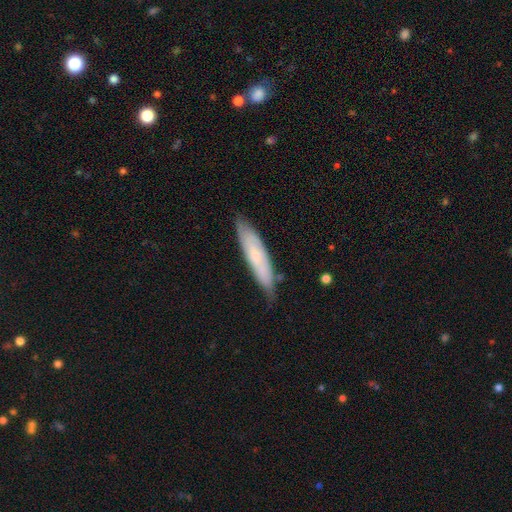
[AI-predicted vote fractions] Smooth or featured? Predicted: smooth (p=0.56). How rounded? Predicted: cigar-shaped (p=0.76). Merging? Predicted: none (p=0.73).